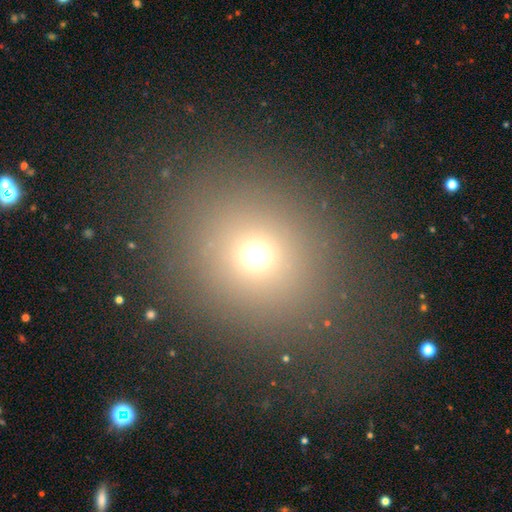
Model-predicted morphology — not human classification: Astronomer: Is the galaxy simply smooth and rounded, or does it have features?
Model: smooth — 68%.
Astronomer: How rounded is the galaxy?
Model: round — 79%.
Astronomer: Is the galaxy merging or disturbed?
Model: none — 82%.